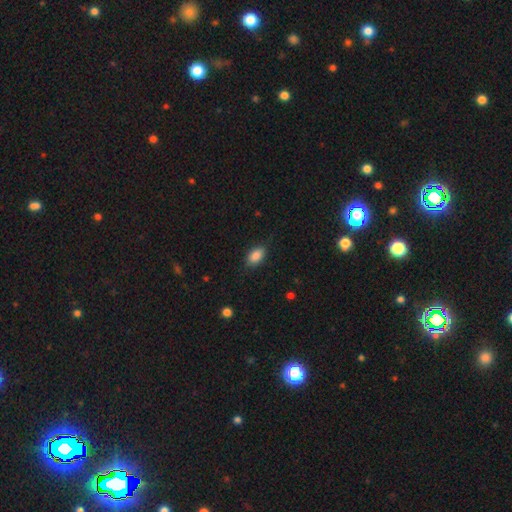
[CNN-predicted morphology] smooth 86%, star or artifact 8%, featured or disk 6%. Down the decision tree: how rounded — in between (89%); merging — none (81%).